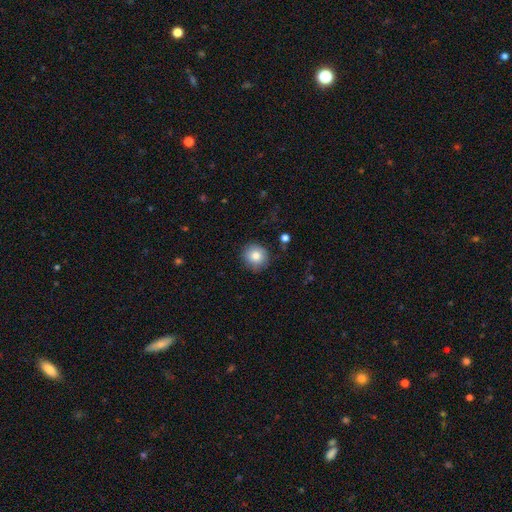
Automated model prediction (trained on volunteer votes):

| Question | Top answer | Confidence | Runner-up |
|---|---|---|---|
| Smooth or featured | smooth | 82% | featured or disk (9%) |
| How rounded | round | 91% | in between (8%) |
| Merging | none | 86% | minor disturbance (10%) |